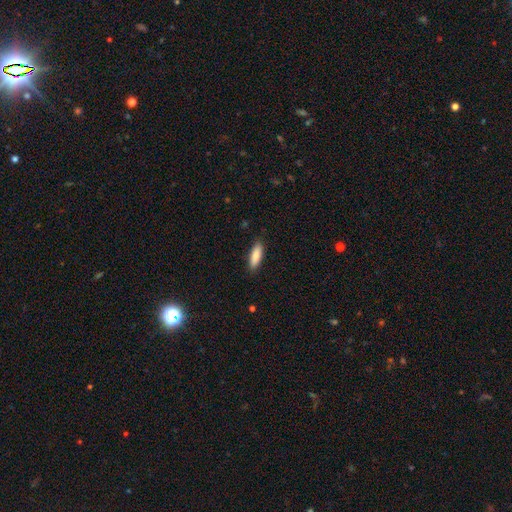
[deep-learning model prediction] Q: Smooth or featured?
A: smooth (84%); runner-up: featured or disk (10%)
Q: How rounded?
A: in between (52%); runner-up: cigar-shaped (47%)
Q: Merging?
A: none (88%); runner-up: minor disturbance (9%)